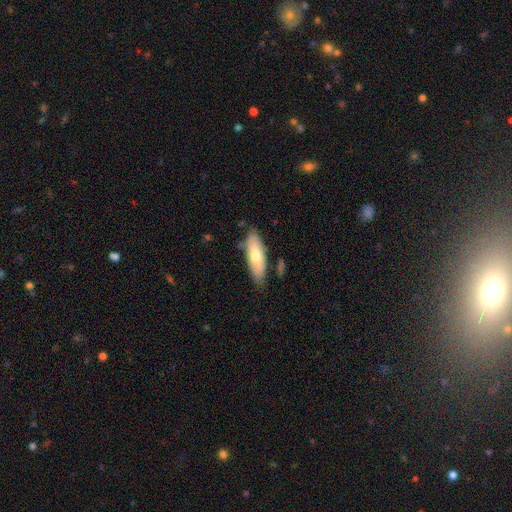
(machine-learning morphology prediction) Smooth or featured: smooth — 63% (featured or disk — 30%)
How rounded: in between — 52% (cigar-shaped — 45%)
Merging: none — 81% (minor disturbance — 14%)